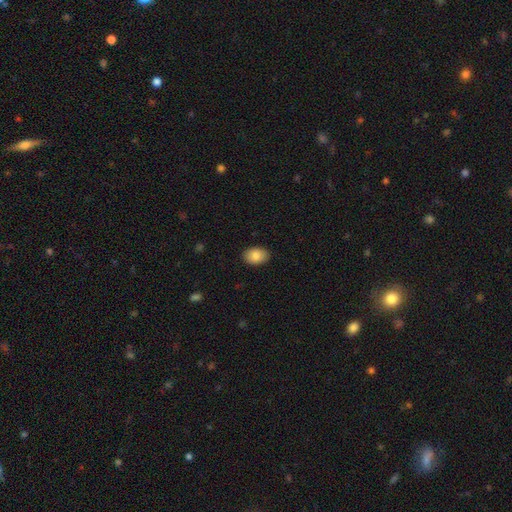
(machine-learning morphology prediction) This is clearly a smooth galaxy (86%). How rounded: clearly in between (82%). Merging: clearly none (88%).